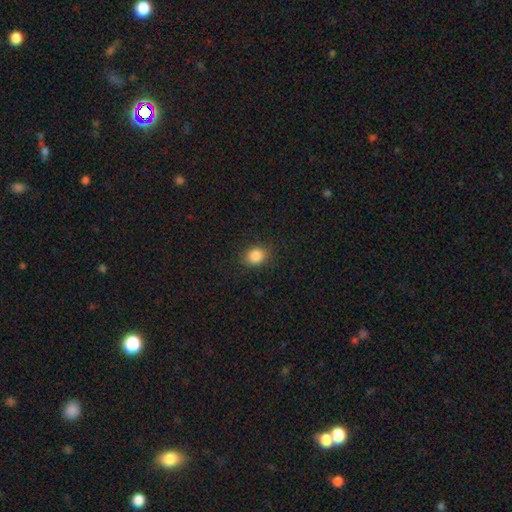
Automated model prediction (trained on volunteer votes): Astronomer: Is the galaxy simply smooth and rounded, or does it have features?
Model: smooth — 86%.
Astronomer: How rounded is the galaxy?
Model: round — 60% (runner-up: in between, 39%).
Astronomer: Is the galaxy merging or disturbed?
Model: none — 86%.